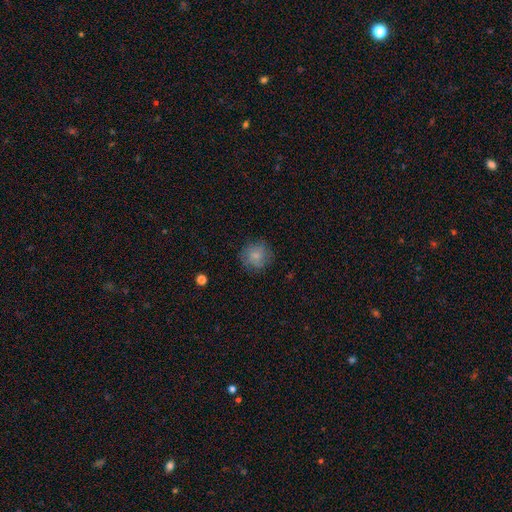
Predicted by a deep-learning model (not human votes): Smooth or featured? smooth (80%)
How rounded? round (88%)
Merging? none (78%)